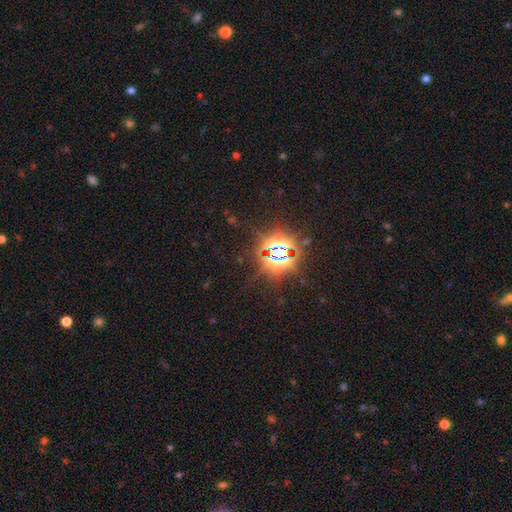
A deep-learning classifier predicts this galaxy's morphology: Overall: star or artifact (85%).